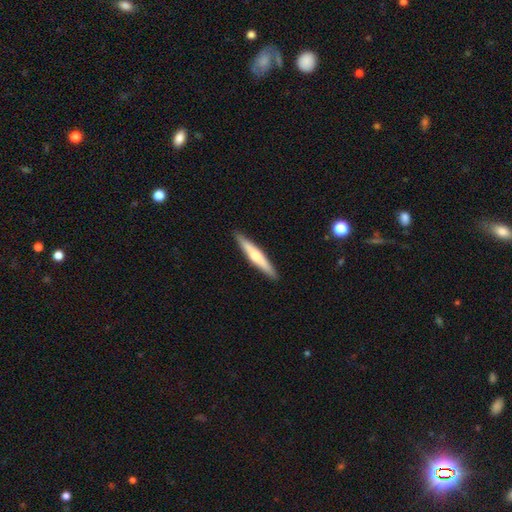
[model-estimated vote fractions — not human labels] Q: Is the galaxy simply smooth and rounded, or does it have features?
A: smooth — 50%.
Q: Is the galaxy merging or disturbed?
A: none — 92%.